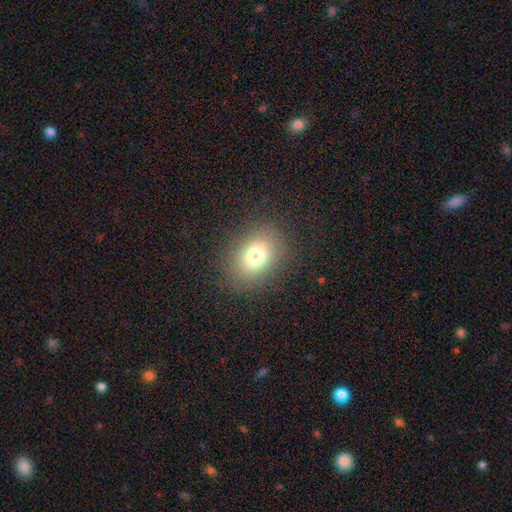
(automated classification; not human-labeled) A smooth galaxy with no disk features (76%) that is in between round and cigar-shaped (62%).

Vote fractions:
- Smooth or featured? smooth: 76% / star or artifact: 13% / featured or disk: 11%
- How rounded? in between: 62% / round: 37% / cigar-shaped: 1%
- Merging? none: 85% / minor disturbance: 10% / major disturbance: 5% / merger: 1%